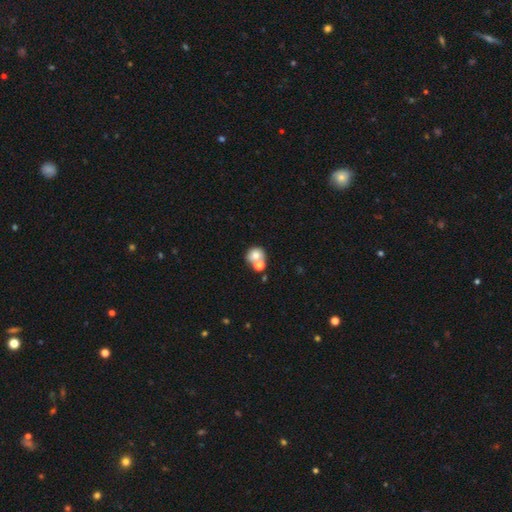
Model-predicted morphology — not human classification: Smooth or featured: smooth — 72% (featured or disk — 18%)
How rounded: round — 78% (in between — 21%)
Merging: merger — 47% (none — 40%)